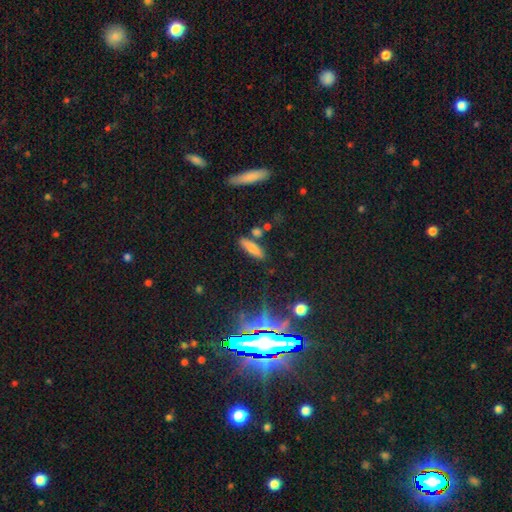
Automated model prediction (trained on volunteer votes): A star or artifact, not a galaxy (41%).

Vote fractions:
- Smooth or featured? star or artifact: 41% / smooth: 39% / featured or disk: 20%